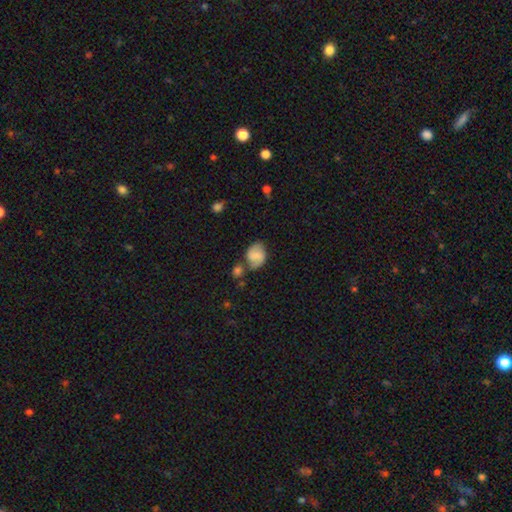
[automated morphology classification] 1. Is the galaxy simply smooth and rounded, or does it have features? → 49% smooth, 43% featured or disk, 8% star or artifact.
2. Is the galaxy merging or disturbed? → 52% none, 21% minor disturbance, 20% merger, 8% major disturbance.